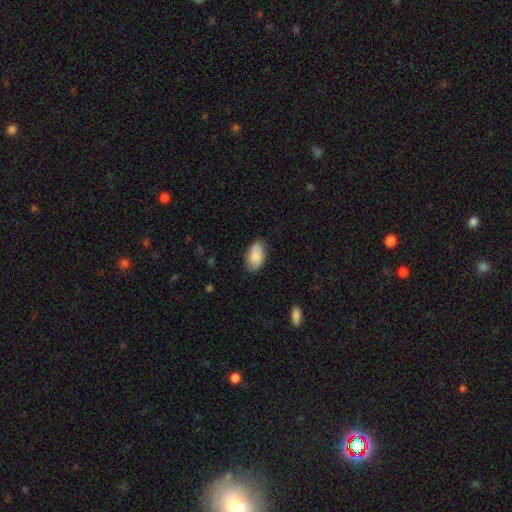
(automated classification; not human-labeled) A smooth galaxy with no disk features (76%) that is in between round and cigar-shaped (94%). Merging: none (80%).